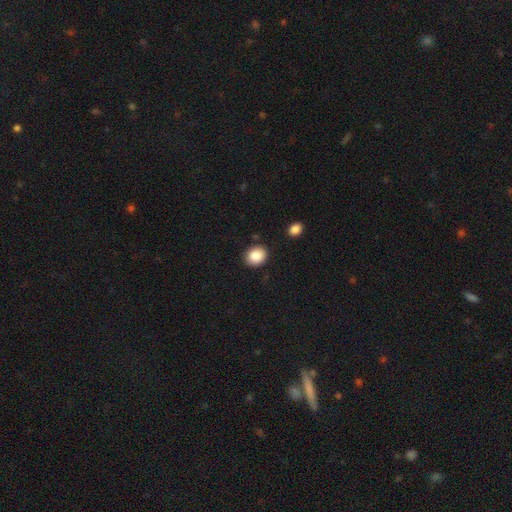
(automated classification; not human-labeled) This appears to be a smooth galaxy with no disk features (86%) that is round (65%). Merging: none (87%).